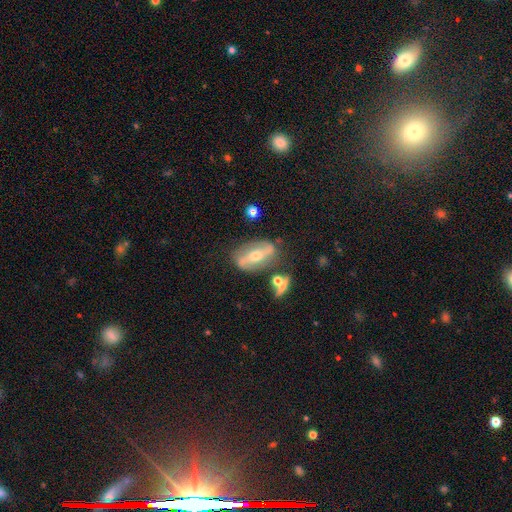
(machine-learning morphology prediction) Q: Smooth or featured?
A: featured or disk (76%); runner-up: smooth (17%)
Q: Edge-on disk?
A: no (84%); runner-up: yes (16%)
Q: Bar?
A: strong (62%); runner-up: weak (20%)
Q: Spiral arms?
A: yes (72%); runner-up: no (28%)
Q: Bulge size?
A: moderate (57%); runner-up: small (38%)
Q: Merging?
A: none (74%); runner-up: minor disturbance (15%)